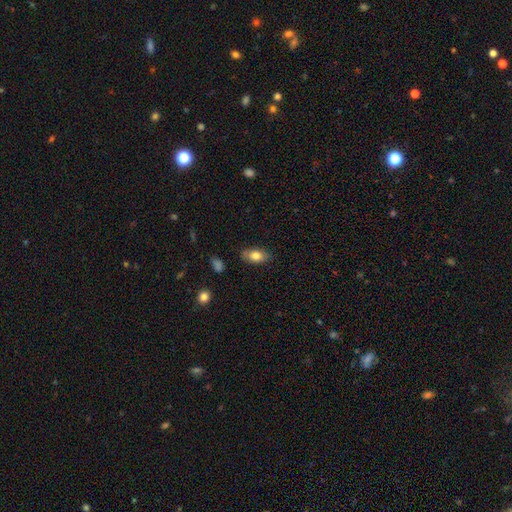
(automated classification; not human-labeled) Smooth or featured? smooth (79%)
How rounded? in between (88%)
Merging? none (81%)